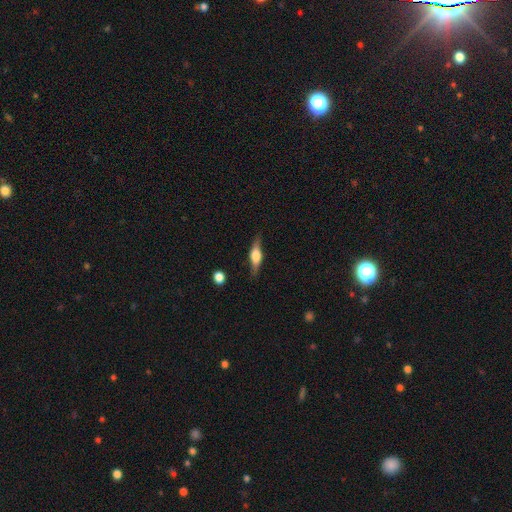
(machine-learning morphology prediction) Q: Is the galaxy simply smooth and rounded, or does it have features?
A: featured or disk — 58%.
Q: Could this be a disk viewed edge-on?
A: yes — 93%.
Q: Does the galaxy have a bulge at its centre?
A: rounded — 86%.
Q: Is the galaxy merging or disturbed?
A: none — 81%.